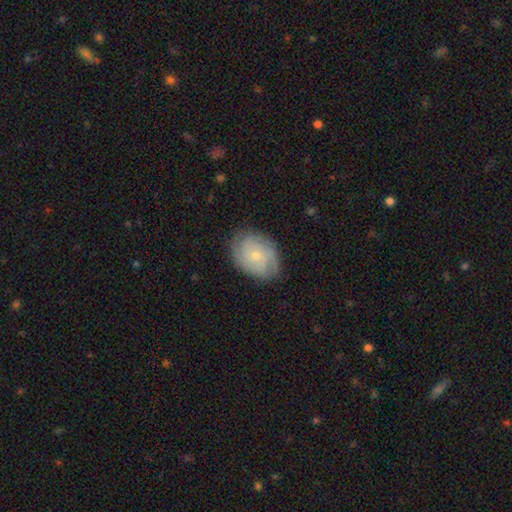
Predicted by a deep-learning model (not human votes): Smooth or featured? featured or disk (61%)
Edge-on disk? no (97%)
Bar? no (79%)
Spiral arms? yes (88%)
Spiral winding? tight (62%)
Spiral arm count? can't tell (39%)
Bulge size? small (71%)
Merging? none (78%)